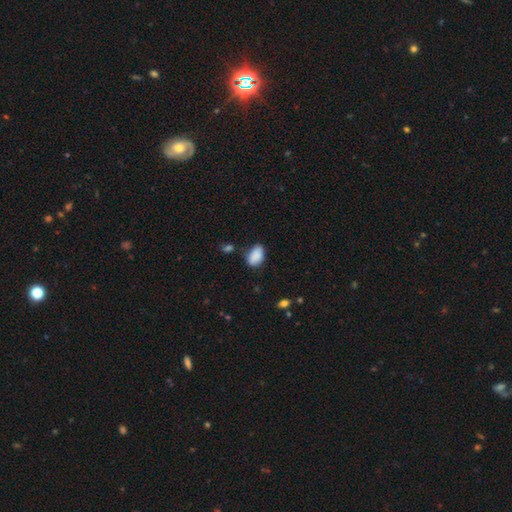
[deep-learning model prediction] This appears to be a smooth galaxy with no disk features (88%) that is in between round and cigar-shaped (91%). Merging: none (68%).